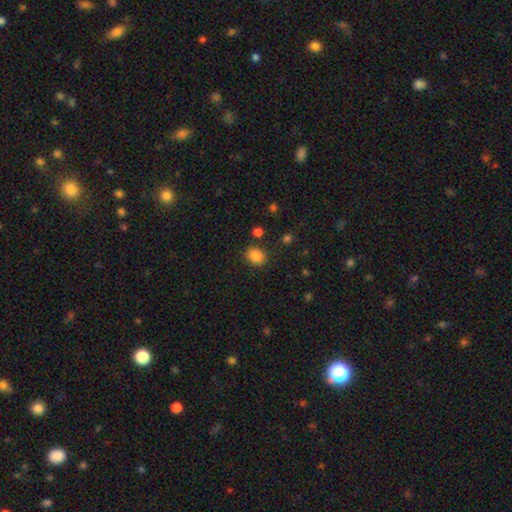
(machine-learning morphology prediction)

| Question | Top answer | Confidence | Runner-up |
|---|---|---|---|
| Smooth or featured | smooth | 86% | star or artifact (11%) |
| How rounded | in between | 51% | round (48%) |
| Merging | none | 81% | minor disturbance (12%) |